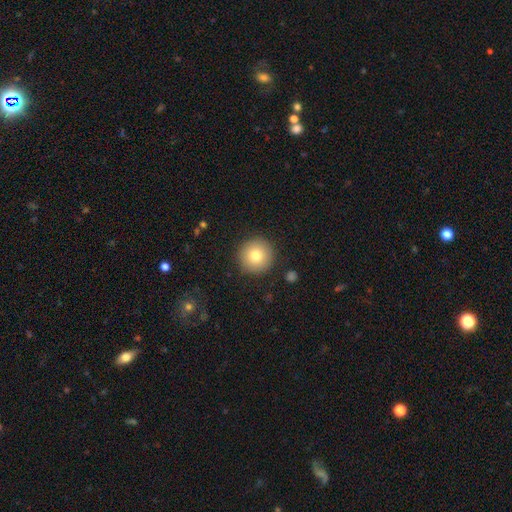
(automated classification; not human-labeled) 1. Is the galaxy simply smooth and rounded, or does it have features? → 77% smooth, 13% featured or disk, 10% star or artifact.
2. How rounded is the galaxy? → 96% round, 3% in between, 1% cigar-shaped.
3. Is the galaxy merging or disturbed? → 90% none, 6% minor disturbance, 2% major disturbance, 1% merger.